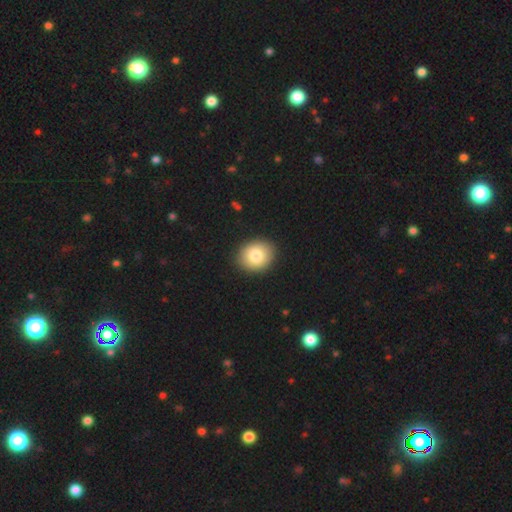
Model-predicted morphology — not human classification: smooth-or-featured: smooth: 84% | featured or disk: 9% | star or artifact: 8%
  how-rounded: round: 59% | in between: 40% | cigar-shaped: 1%
  merging: none: 90% | minor disturbance: 7% | major disturbance: 2% | merger: 1%